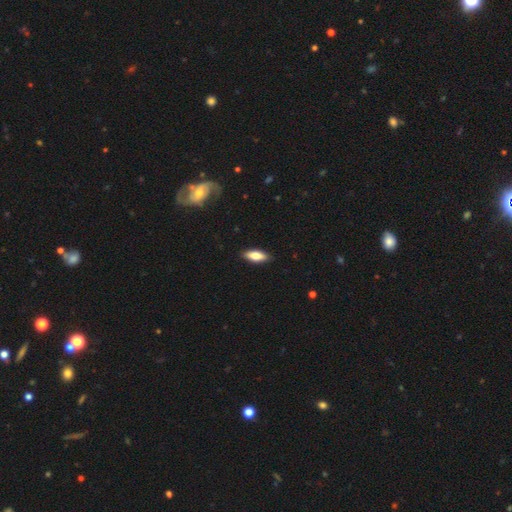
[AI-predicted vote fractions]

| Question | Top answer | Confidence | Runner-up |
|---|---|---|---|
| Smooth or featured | smooth | 73% | featured or disk (21%) |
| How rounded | in between | 73% | cigar-shaped (24%) |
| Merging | none | 89% | minor disturbance (9%) |